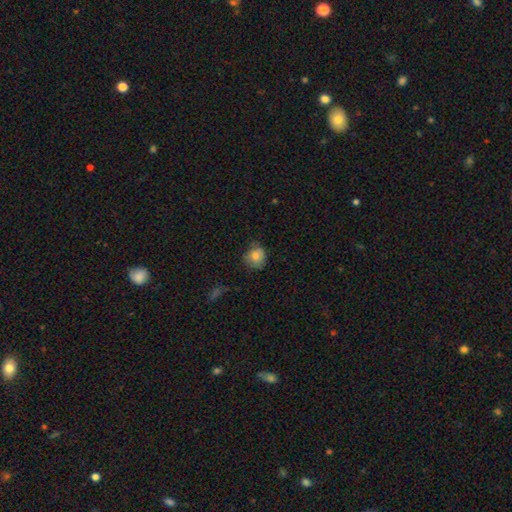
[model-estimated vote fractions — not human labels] smooth-or-featured: smooth: 79% | featured or disk: 12% | star or artifact: 10%
  how-rounded: round: 79% | in between: 20% | cigar-shaped: 1%
  merging: none: 66% | minor disturbance: 26% | major disturbance: 6% | merger: 2%